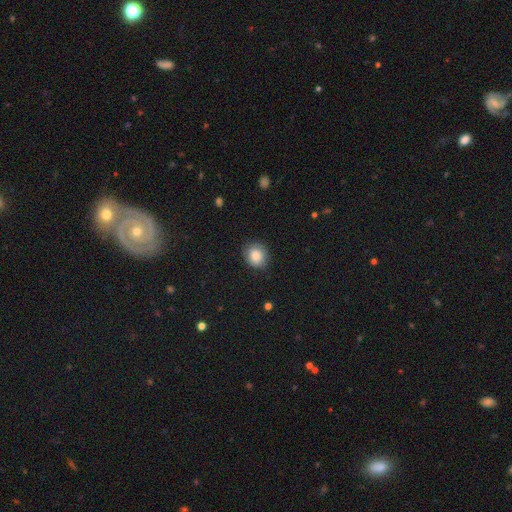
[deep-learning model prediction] Smooth or featured: smooth — 84% (star or artifact — 8%)
How rounded: round — 71% (in between — 28%)
Merging: none — 81% (minor disturbance — 15%)